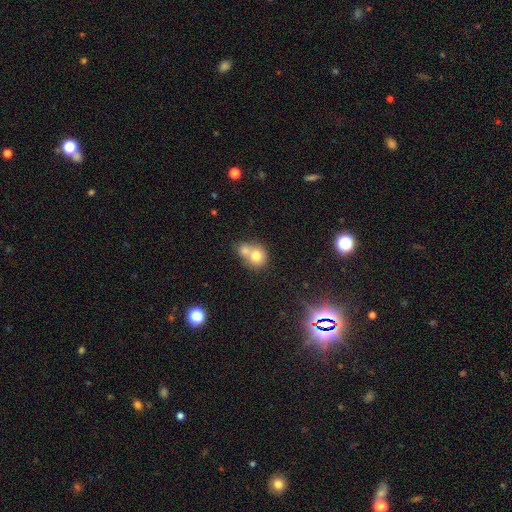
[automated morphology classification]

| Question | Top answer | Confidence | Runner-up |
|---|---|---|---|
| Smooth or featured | smooth | 73% | featured or disk (17%) |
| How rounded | round | 76% | in between (23%) |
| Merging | merger | 62% | none (28%) |